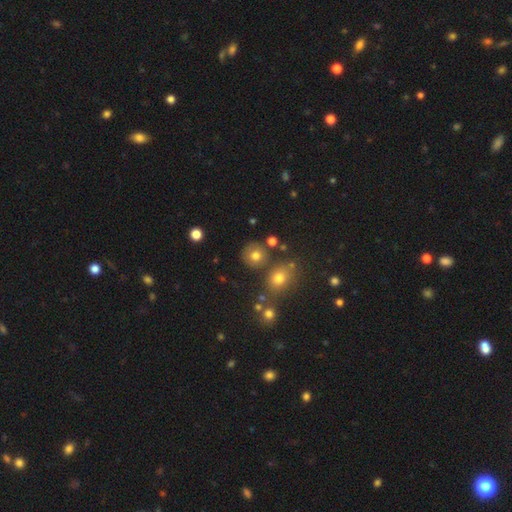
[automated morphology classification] Smooth or featured?
  - smooth: 74% *
  - star or artifact: 15%
  - featured or disk: 11%
How rounded?
  - round: 89% *
  - in between: 10%
  - cigar-shaped: 1%
Merging?
  - none: 77% *
  - minor disturbance: 10%
  - merger: 9%
  - major disturbance: 4%